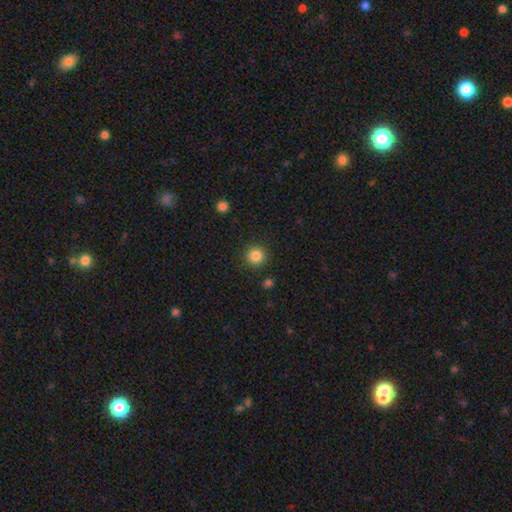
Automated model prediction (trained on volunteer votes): Smooth or featured: smooth — 84% (star or artifact — 11%)
How rounded: round — 95% (in between — 4%)
Merging: none — 90% (minor disturbance — 6%)